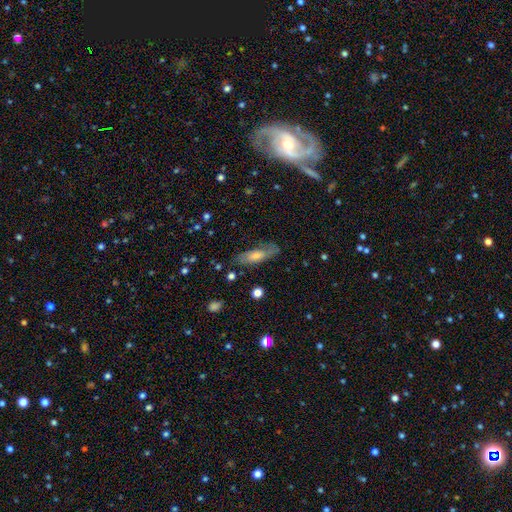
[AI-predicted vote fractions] This appears to be a smooth galaxy with no disk features (59%) that is in between round and cigar-shaped (55%). Merging: none (68%).